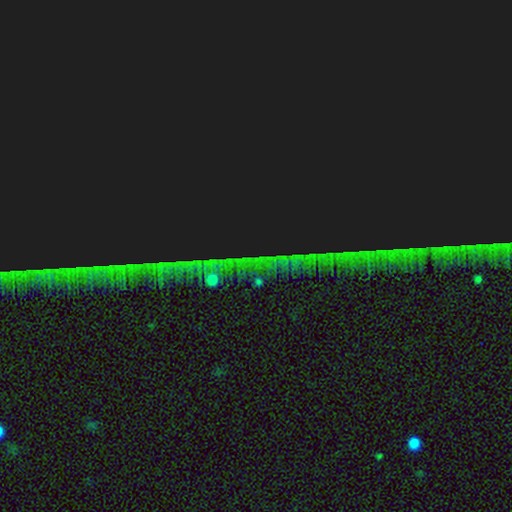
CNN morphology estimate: Smooth or featured? Predicted: star or artifact (p=0.84).